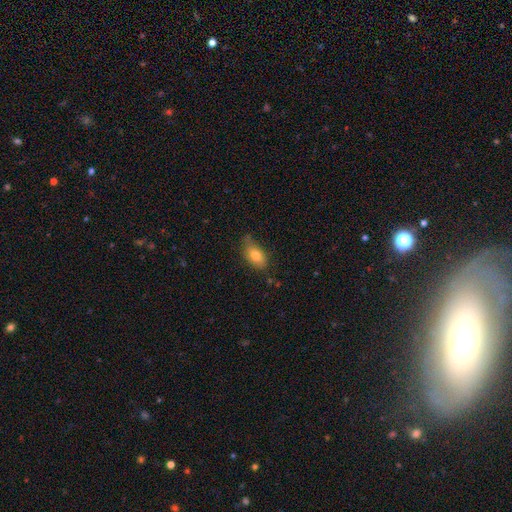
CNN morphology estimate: The model was most divided on "merging": none: 63%, minor disturbance: 29%, major disturbance: 6%, merger: 2%. More confident: how rounded — in between (88%); smooth or featured — smooth (78%).